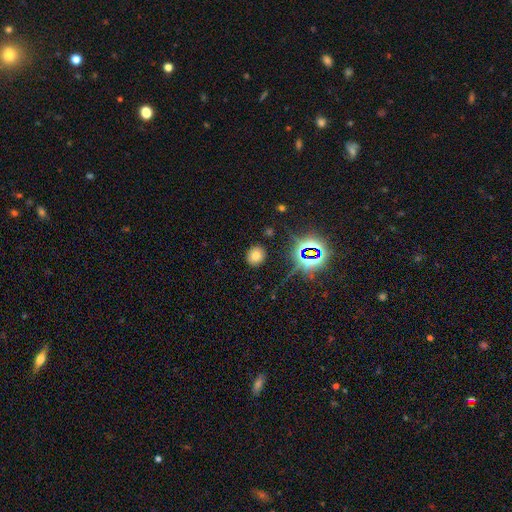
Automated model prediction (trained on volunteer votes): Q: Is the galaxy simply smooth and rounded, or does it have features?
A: smooth — 68%.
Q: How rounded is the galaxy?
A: round — 78%.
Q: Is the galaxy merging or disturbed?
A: none — 88%.